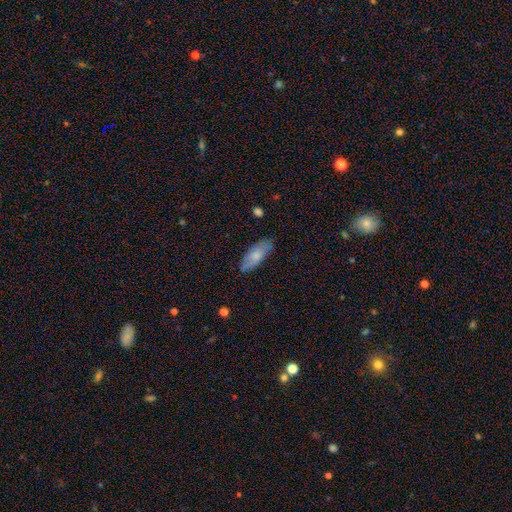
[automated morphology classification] smooth 72%, featured or disk 22%, star or artifact 6%. Down the decision tree: how rounded — in between (77%); merging — none (77%).